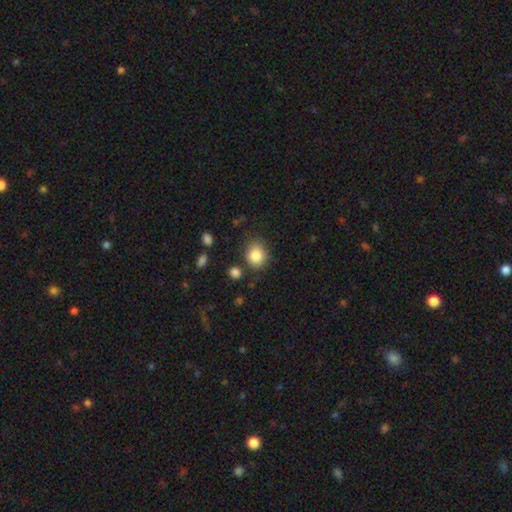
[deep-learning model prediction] smooth_or_featured: smooth (p=0.85) [alt: star or artifact p=0.09]
how_rounded: round (p=0.64) [alt: in between p=0.35]
merging: none (p=0.78) [alt: minor disturbance p=0.14]